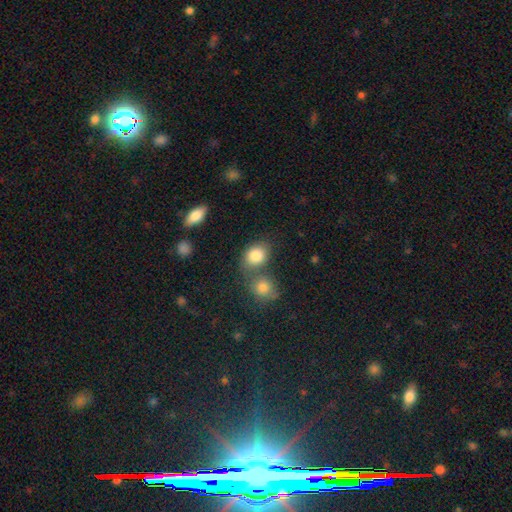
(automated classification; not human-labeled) Smooth or featured? Predicted: smooth (p=0.83). How rounded? Predicted: in between (p=0.54). Merging? Predicted: none (p=0.47).